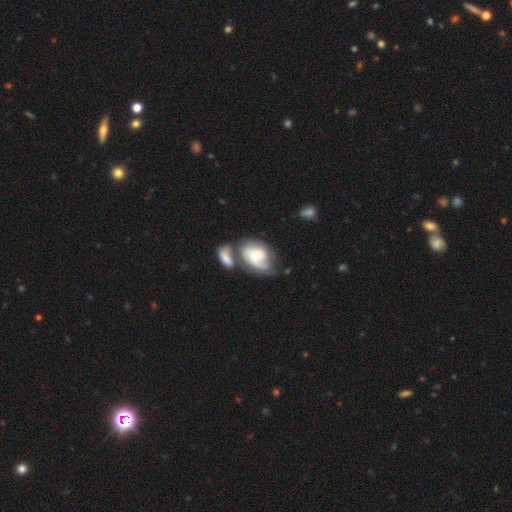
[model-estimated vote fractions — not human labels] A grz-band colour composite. It shows a featured or disk galaxy (63%) with no bar (67%), 2 (47%) tight (39%) spiral arms (83%) and a moderate central bulge (56%). Merging: merger (35%).